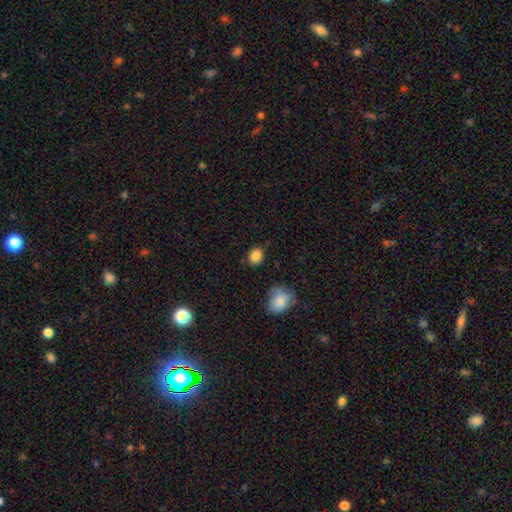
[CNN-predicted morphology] Smooth or featured: smooth — 86% (star or artifact — 10%)
How rounded: round — 51% (in between — 48%)
Merging: none — 82% (minor disturbance — 13%)